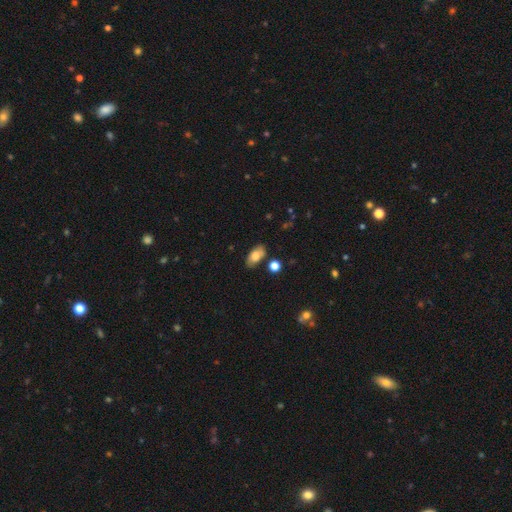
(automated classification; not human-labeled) Smooth or featured?
  - smooth: 72% *
  - featured or disk: 20%
  - star or artifact: 9%
How rounded?
  - in between: 90% *
  - round: 5%
  - cigar-shaped: 4%
Merging?
  - none: 74% *
  - minor disturbance: 17%
  - merger: 5%
  - major disturbance: 4%